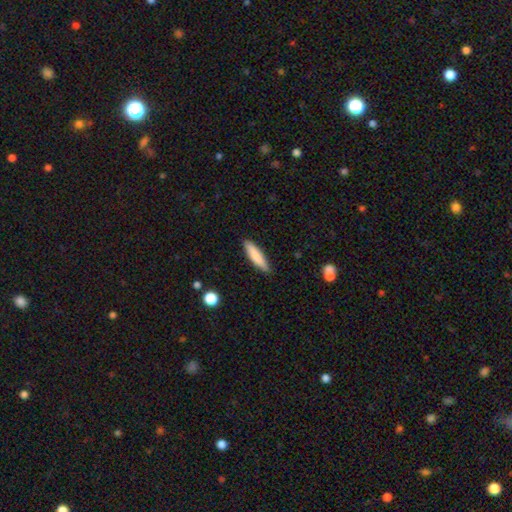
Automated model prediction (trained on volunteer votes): This is clearly a smooth galaxy (84%). How rounded: likely cigar-shaped (75%). Merging: clearly none (87%).